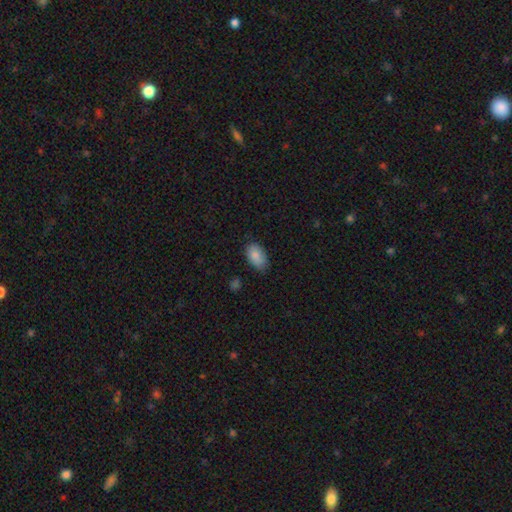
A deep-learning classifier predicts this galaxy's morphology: smooth_or_featured: smooth (p=0.87) [alt: star or artifact p=0.07]
how_rounded: in between (p=0.93) [alt: round p=0.05]
merging: none (p=0.75) [alt: minor disturbance p=0.21]